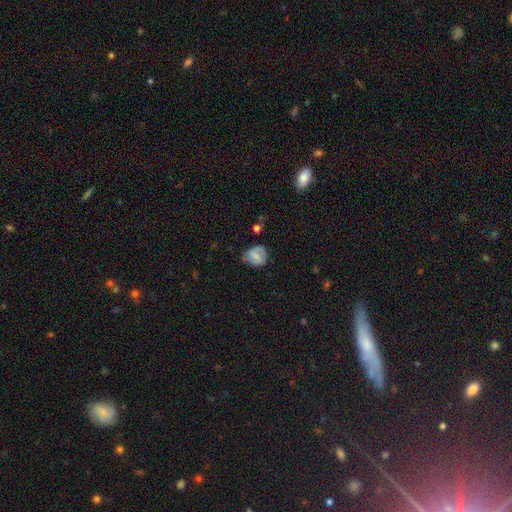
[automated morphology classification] Smooth or featured?
  - featured or disk: 47% *
  - smooth: 45%
  - star or artifact: 9%
Merging?
  - none: 58% *
  - minor disturbance: 28%
  - major disturbance: 11%
  - merger: 2%